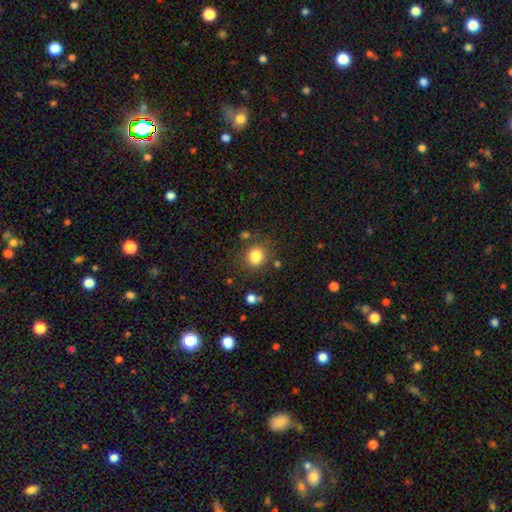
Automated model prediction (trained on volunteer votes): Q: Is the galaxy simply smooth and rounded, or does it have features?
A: smooth — 83%.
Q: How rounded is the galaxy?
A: round — 70%.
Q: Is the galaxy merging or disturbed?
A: none — 76%.